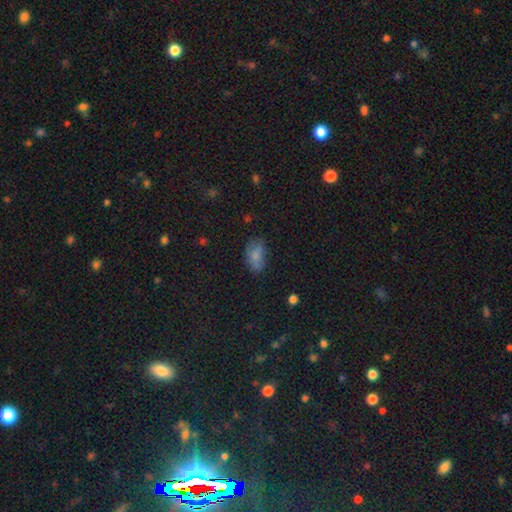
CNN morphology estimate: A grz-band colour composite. It shows a smooth galaxy with no disk features (78%) that is in between round and cigar-shaped (90%). Merging: none (60%).